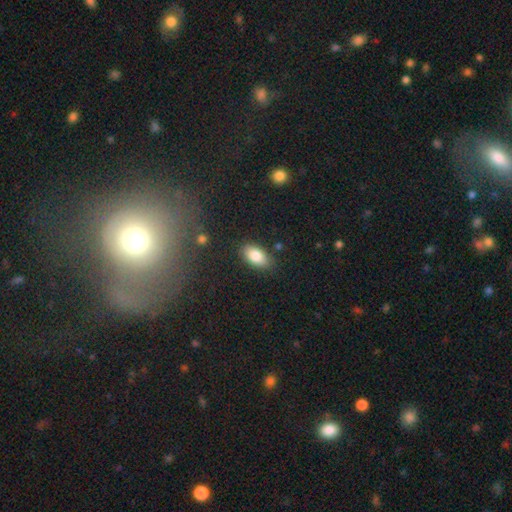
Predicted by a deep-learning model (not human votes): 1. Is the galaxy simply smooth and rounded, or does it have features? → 84% smooth, 8% featured or disk, 7% star or artifact.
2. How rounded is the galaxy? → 93% in between, 4% round, 3% cigar-shaped.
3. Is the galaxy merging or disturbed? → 84% none, 11% minor disturbance, 3% major disturbance, 2% merger.